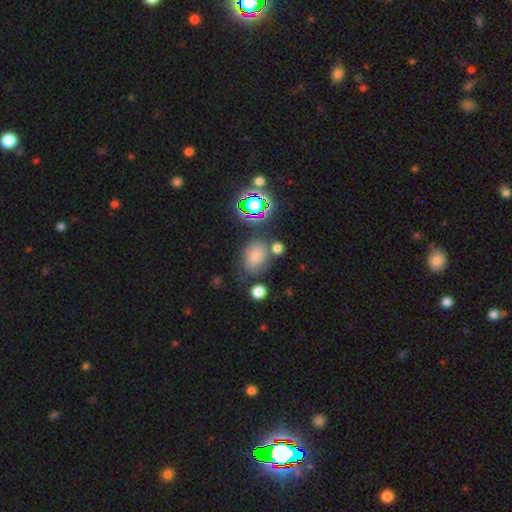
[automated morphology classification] Q: Smooth or featured?
A: smooth (69%); runner-up: star or artifact (19%)
Q: How rounded?
A: in between (65%); runner-up: round (34%)
Q: Merging?
A: none (59%); runner-up: minor disturbance (20%)